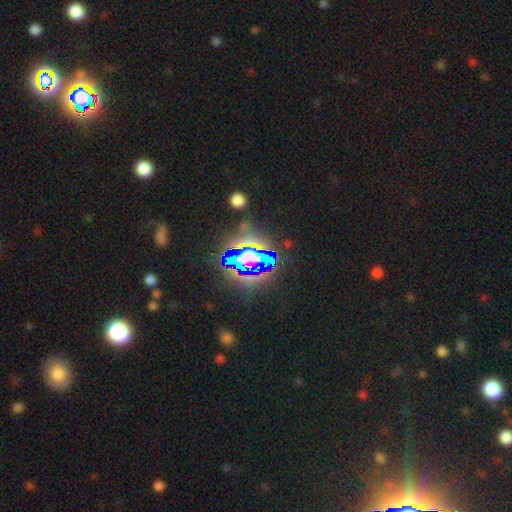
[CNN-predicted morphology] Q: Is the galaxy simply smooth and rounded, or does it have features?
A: star or artifact — 69%.